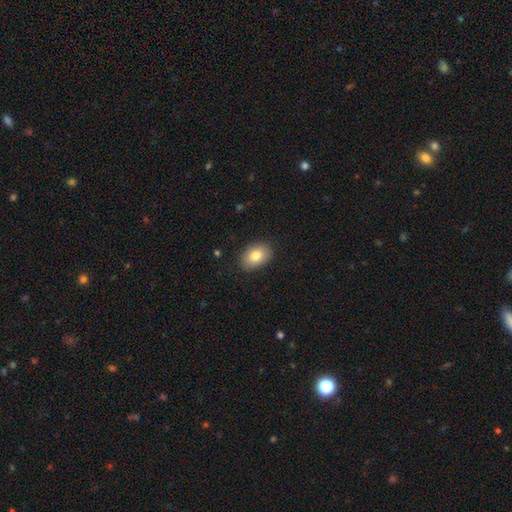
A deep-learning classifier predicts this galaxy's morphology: Smooth or featured? smooth (82%)
How rounded? in between (86%)
Merging? none (87%)